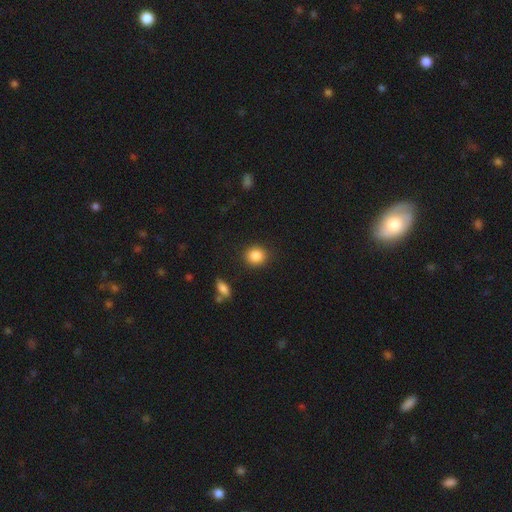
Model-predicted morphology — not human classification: Smooth or featured: smooth — 87% (star or artifact — 9%)
How rounded: round — 77% (in between — 22%)
Merging: none — 88% (minor disturbance — 7%)